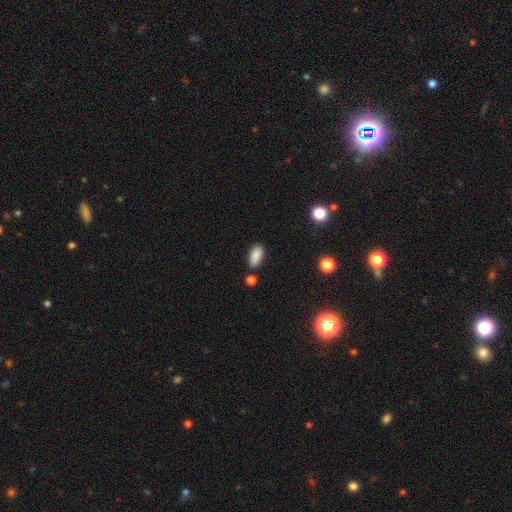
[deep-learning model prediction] The model was most divided on "merging": none: 80%, minor disturbance: 12%, merger: 6%, major disturbance: 3%. More confident: how rounded — in between (88%); smooth or featured — smooth (88%).